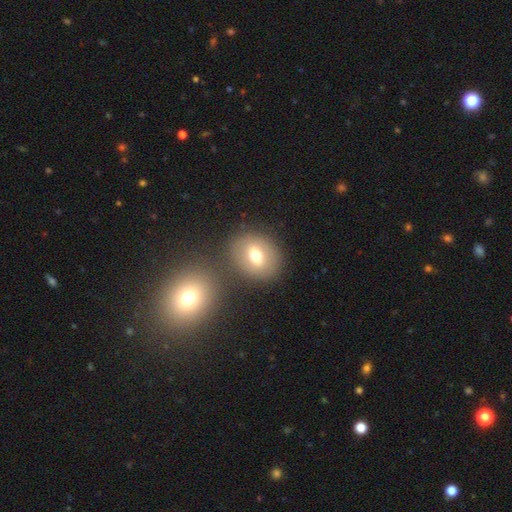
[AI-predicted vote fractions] A smooth galaxy with no disk features (64%) that is round (52%). Merging: none (73%).